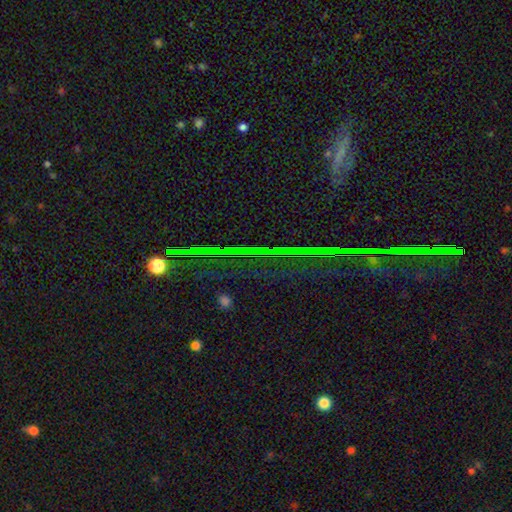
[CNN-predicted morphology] This is likely a star or artifact rather than a galaxy (75%).